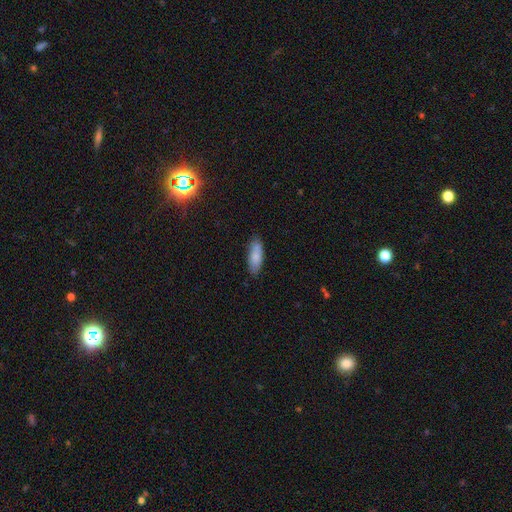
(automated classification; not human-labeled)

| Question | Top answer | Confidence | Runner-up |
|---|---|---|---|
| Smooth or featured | smooth | 84% | featured or disk (9%) |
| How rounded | in between | 63% | cigar-shaped (35%) |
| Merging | none | 81% | minor disturbance (14%) |